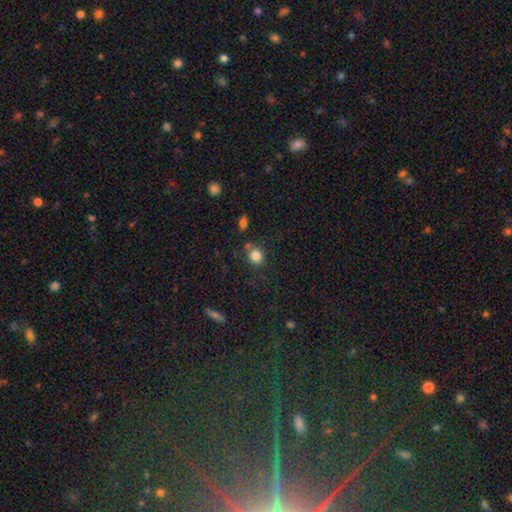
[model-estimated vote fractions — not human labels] Smooth or featured? smooth (83%)
How rounded? round (86%)
Merging? none (72%)